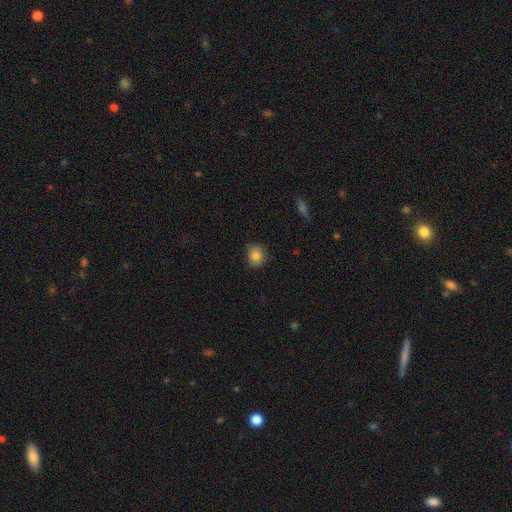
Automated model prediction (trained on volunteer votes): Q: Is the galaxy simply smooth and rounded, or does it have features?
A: smooth — 85%.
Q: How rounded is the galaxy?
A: round — 75%.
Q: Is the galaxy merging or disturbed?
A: none — 81%.